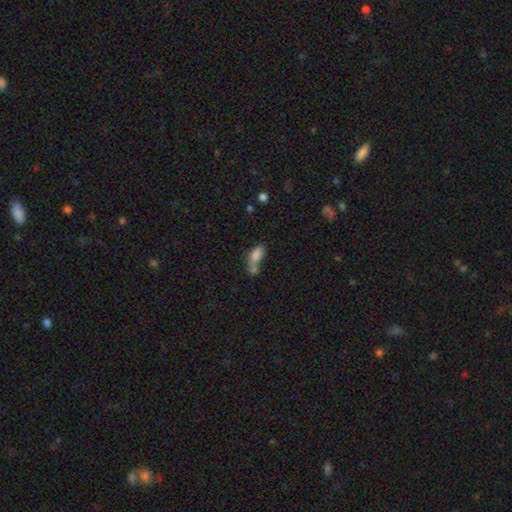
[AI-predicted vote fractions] Smooth or featured: smooth — 77% (featured or disk — 12%)
How rounded: in between — 84% (cigar-shaped — 9%)
Merging: merger — 57% (none — 23%)